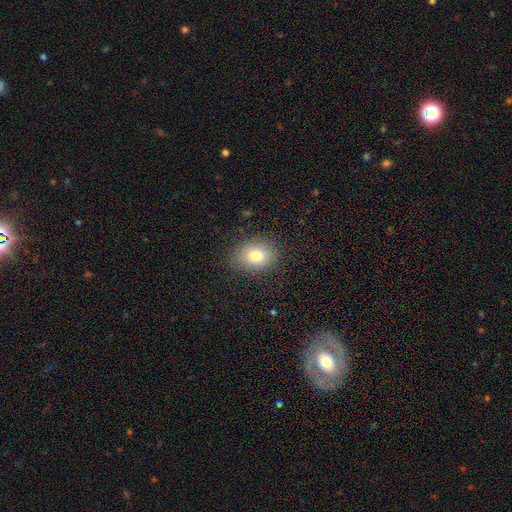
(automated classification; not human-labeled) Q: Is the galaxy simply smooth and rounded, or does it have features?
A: smooth — 77%.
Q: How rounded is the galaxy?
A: in between — 56%.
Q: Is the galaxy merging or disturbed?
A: none — 84%.